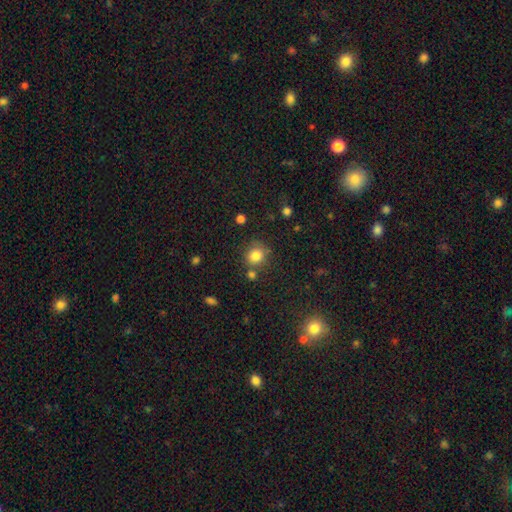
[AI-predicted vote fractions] A smooth galaxy with no disk features (82%) that is round (80%).

Vote fractions:
- Smooth or featured? smooth: 82% / star or artifact: 12% / featured or disk: 6%
- How rounded? round: 80% / in between: 19% / cigar-shaped: 1%
- Merging? none: 70% / minor disturbance: 14% / merger: 11% / major disturbance: 5%